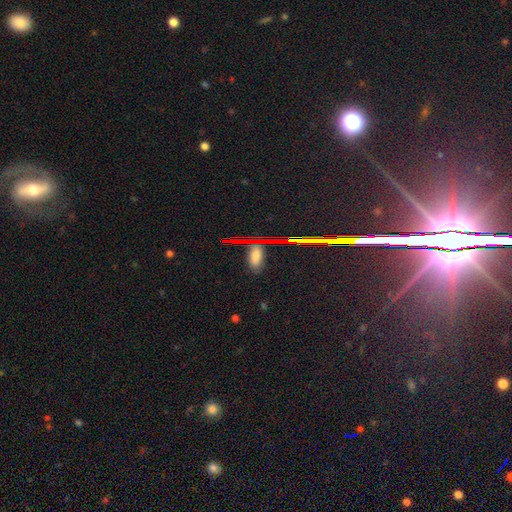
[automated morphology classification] The model was most divided on "smooth or featured": smooth: 66%, star or artifact: 25%, featured or disk: 8%. More confident: how rounded — in between (86%); merging — none (73%).